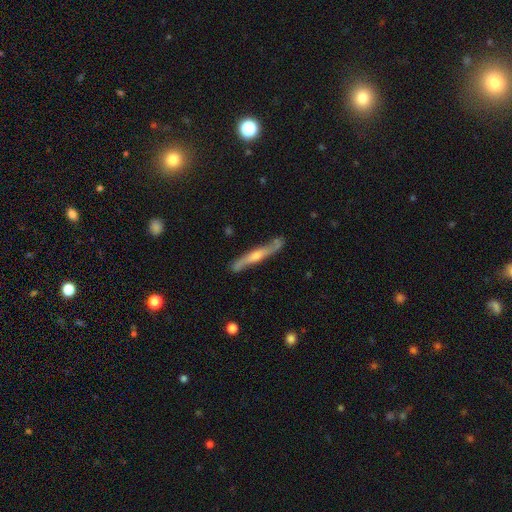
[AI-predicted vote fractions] A featured or disk galaxy (75%) viewed edge-on (83%) with a rounded central bulge (76%). Merging: none (80%).